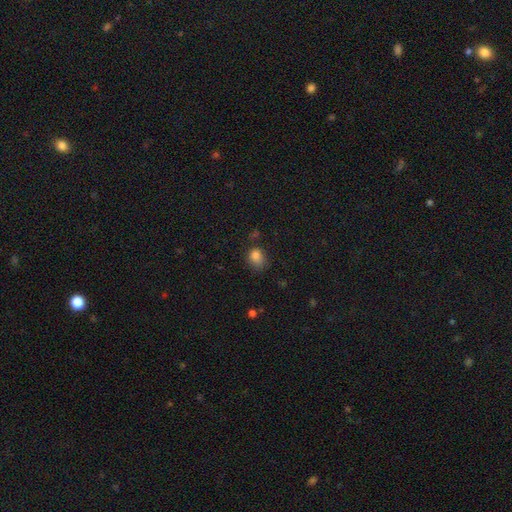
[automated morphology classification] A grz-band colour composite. It shows a smooth galaxy with no disk features (81%) that is round (52%). Merging: none (53%).